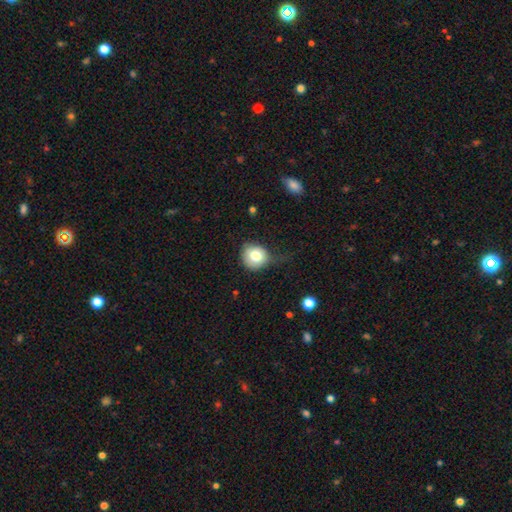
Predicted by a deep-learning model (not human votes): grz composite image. It shows a smooth galaxy with no disk features (77%) that is round (86%). Merging: none (46%).